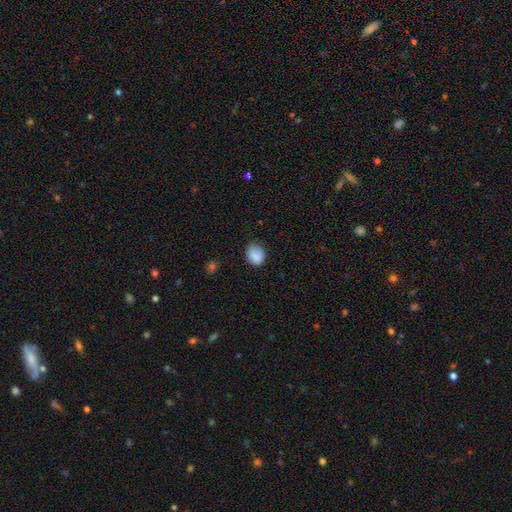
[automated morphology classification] Smooth or featured? Predicted: smooth (p=0.83). How rounded? Predicted: round (p=0.53). Merging? Predicted: none (p=0.66).